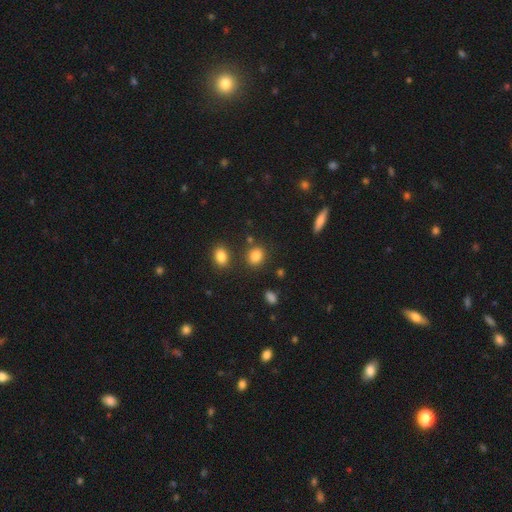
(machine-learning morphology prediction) A smooth galaxy with no disk features (84%) that is round (51%). Merging: none (79%).